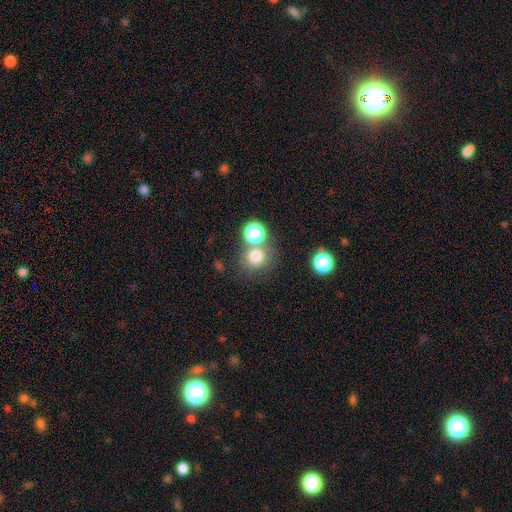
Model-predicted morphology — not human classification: This appears to be a smooth galaxy with no disk features (76%) that is round (86%). Merging: none (63%).